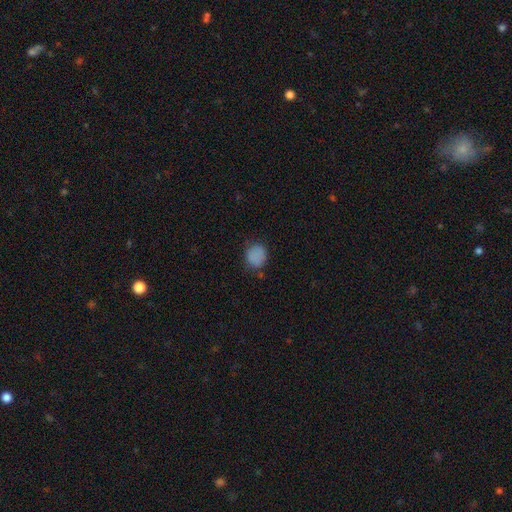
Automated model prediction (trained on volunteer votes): The model was most divided on "merging": none: 73%, minor disturbance: 19%, major disturbance: 5%, merger: 2%. More confident: smooth or featured — smooth (84%); how rounded — round (79%).